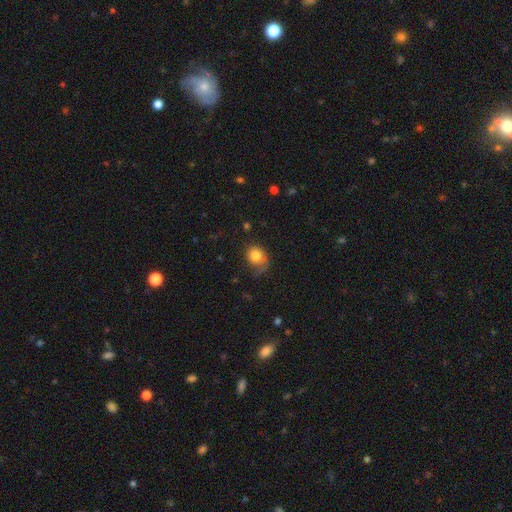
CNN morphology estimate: Smooth or featured? Predicted: smooth (p=0.74). How rounded? Predicted: round (p=0.54). Merging? Predicted: none (p=0.44).